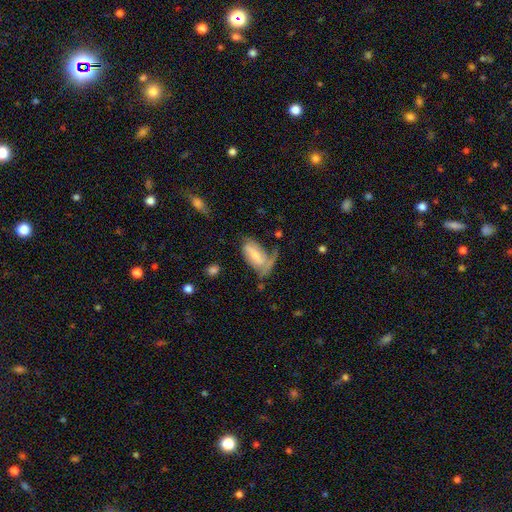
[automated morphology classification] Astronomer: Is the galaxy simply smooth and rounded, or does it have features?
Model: smooth — 49% (runner-up: featured or disk, 44%).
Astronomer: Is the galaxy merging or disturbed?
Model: major disturbance — 34% (runner-up: none, 31%).